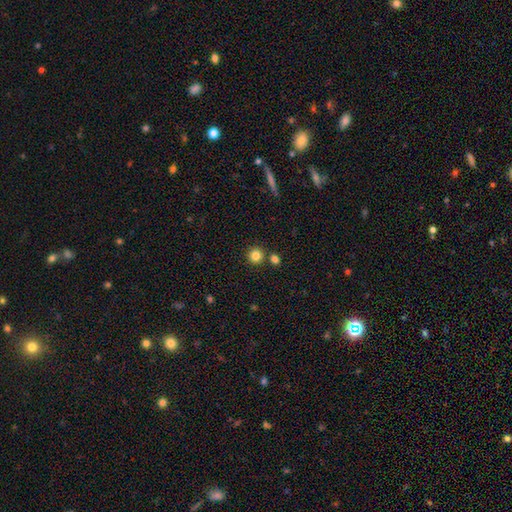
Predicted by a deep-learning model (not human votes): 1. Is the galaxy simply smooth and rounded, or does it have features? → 83% smooth, 12% star or artifact, 5% featured or disk.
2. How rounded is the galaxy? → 94% round, 5% in between, 1% cigar-shaped.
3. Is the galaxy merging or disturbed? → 81% none, 10% merger, 6% minor disturbance, 2% major disturbance.